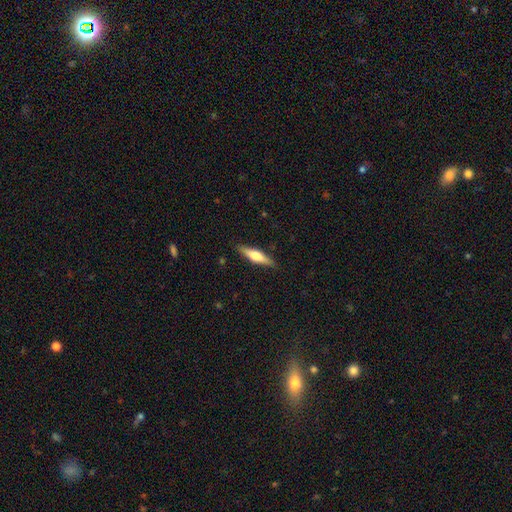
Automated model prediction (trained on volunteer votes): smooth-or-featured: smooth: 49% | featured or disk: 46% | star or artifact: 6%
  merging: none: 88% | minor disturbance: 9% | major disturbance: 2% | merger: 1%